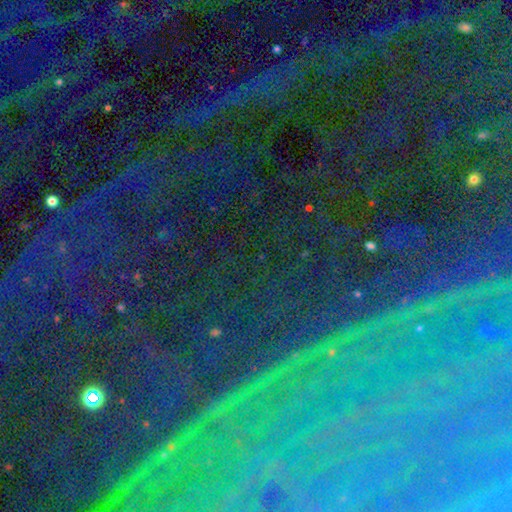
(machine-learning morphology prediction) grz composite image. It shows a star or artifact, not a galaxy (77%).